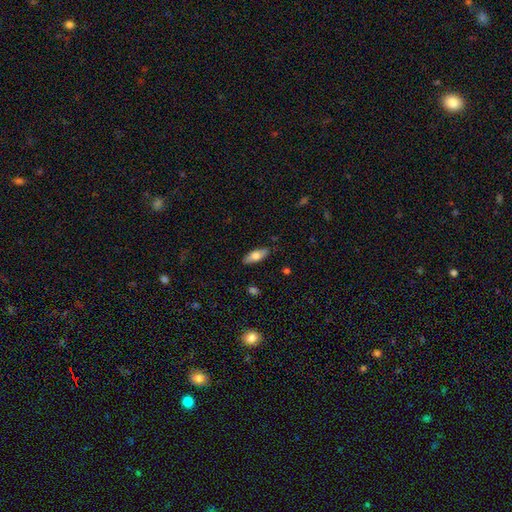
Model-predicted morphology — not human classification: type=smooth (71%); roundness=in between (71%); merging=none (86%).